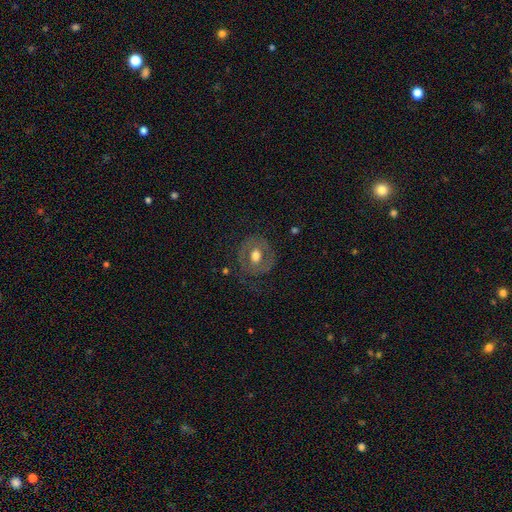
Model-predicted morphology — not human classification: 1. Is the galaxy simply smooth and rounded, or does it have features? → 48% featured or disk, 44% smooth, 8% star or artifact.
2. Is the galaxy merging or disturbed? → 72% none, 16% minor disturbance, 10% major disturbance, 1% merger.